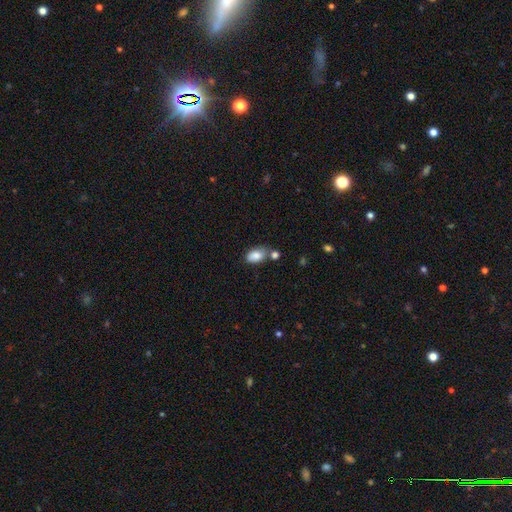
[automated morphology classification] This is clearly a smooth galaxy (85%). How rounded: clearly in between (90%). Merging: possibly none (55%).